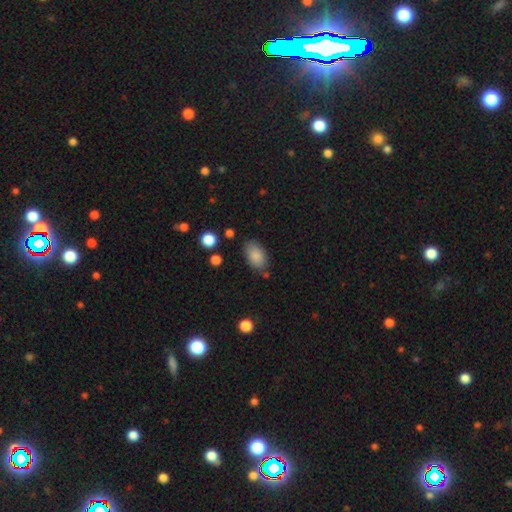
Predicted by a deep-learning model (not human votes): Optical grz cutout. It shows a smooth galaxy with no disk features (86%) that is in between round and cigar-shaped (92%). Merging: none (77%).